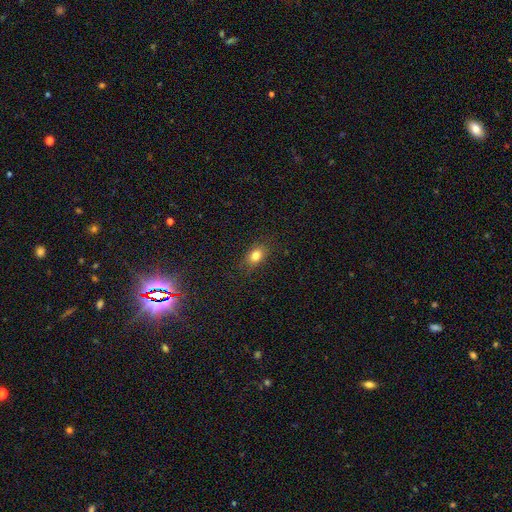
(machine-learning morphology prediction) The model was most divided on "how rounded": in between: 74%, round: 23%, cigar-shaped: 3%. More confident: merging — none (82%); smooth or featured — smooth (81%).